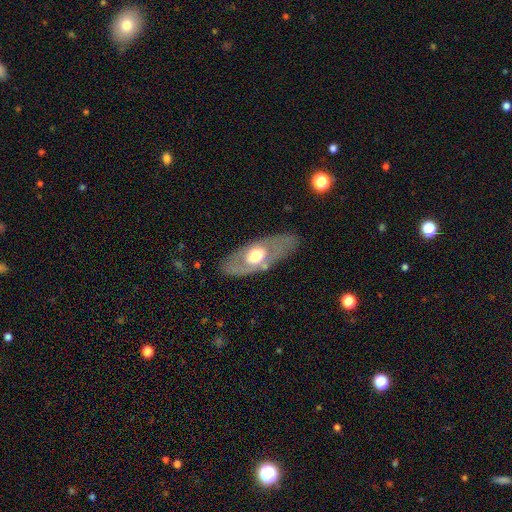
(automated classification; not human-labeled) featured or disk 56%, smooth 39%, star or artifact 5%. Down the decision tree: edge-on disk — no (78%); merging — none (79%).